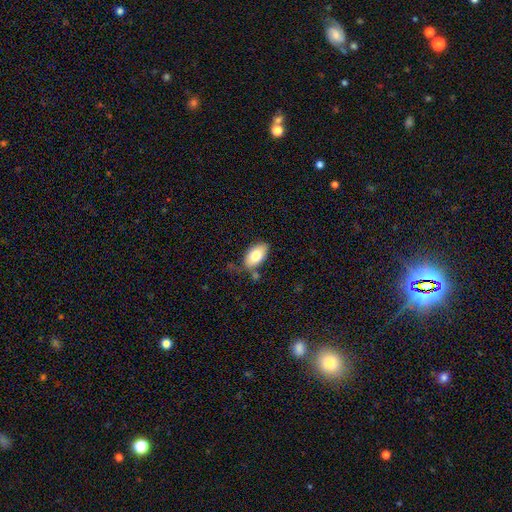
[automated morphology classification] smooth 77%, featured or disk 16%, star or artifact 7%. Down the decision tree: how rounded — in between (94%); merging — none (63%).